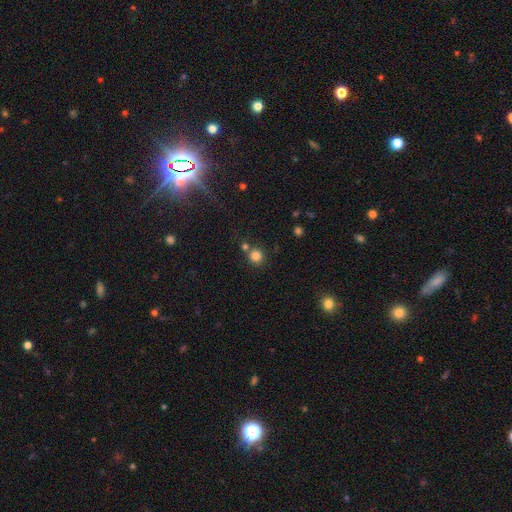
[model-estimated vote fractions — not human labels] The model was most divided on "merging": none: 69%, merger: 19%, minor disturbance: 9%, major disturbance: 3%. More confident: how rounded — round (90%); smooth or featured — smooth (82%).